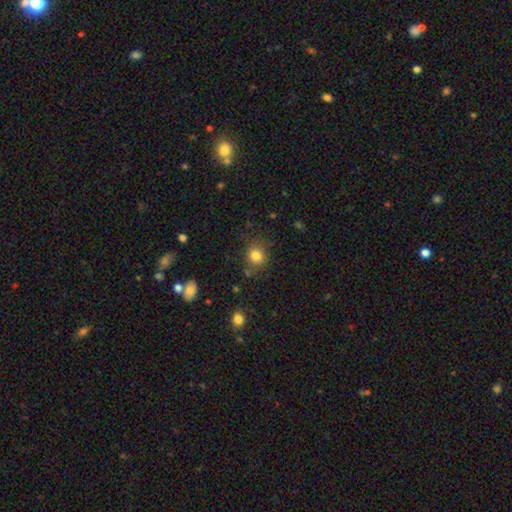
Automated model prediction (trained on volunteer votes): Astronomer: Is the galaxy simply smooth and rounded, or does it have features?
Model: smooth — 82%.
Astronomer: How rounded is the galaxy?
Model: round — 81%.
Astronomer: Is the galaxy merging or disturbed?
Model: none — 78%.